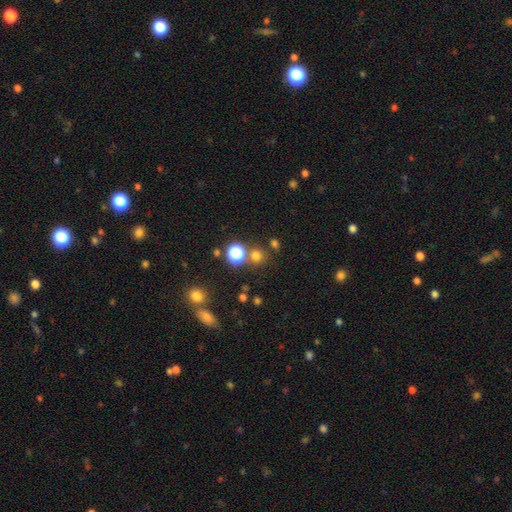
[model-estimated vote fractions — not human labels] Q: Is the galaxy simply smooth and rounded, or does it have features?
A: smooth — 69%.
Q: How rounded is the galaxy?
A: round — 89%.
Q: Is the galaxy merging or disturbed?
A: none — 74%.